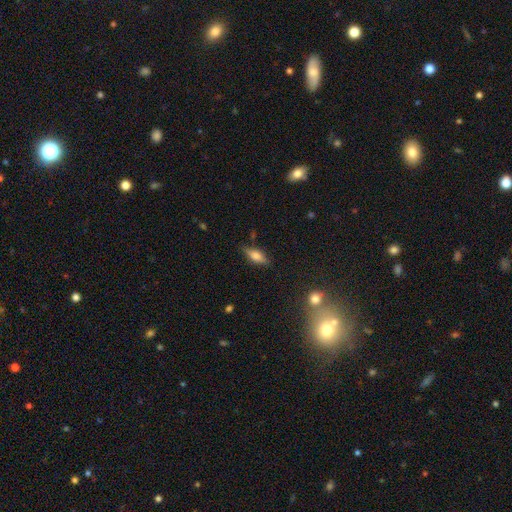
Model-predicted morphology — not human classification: This is possibly a smooth galaxy (57%). How rounded: likely in between (66%). Merging: clearly none (81%).